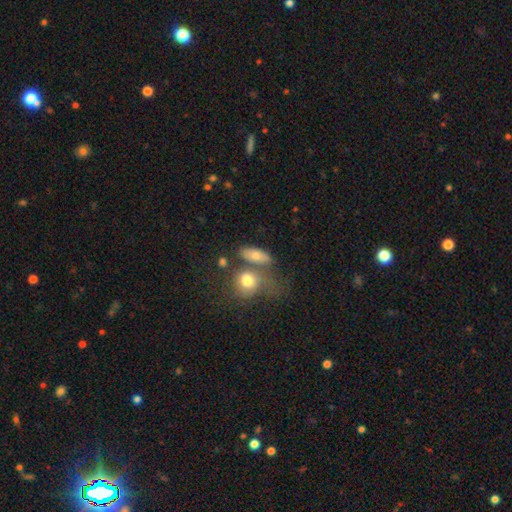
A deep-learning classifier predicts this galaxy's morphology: Smooth or featured?
  - smooth: 74% *
  - featured or disk: 17%
  - star or artifact: 9%
How rounded?
  - in between: 70% *
  - round: 16%
  - cigar-shaped: 14%
Merging?
  - none: 48% *
  - merger: 29%
  - minor disturbance: 15%
  - major disturbance: 8%